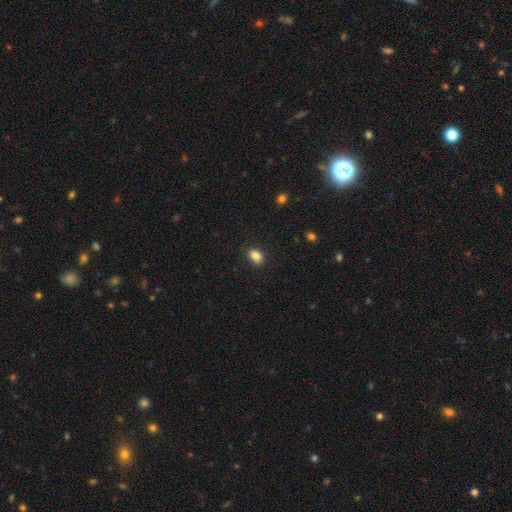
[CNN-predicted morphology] This is clearly a smooth galaxy (84%). How rounded: likely in between (79%). Merging: likely none (78%).